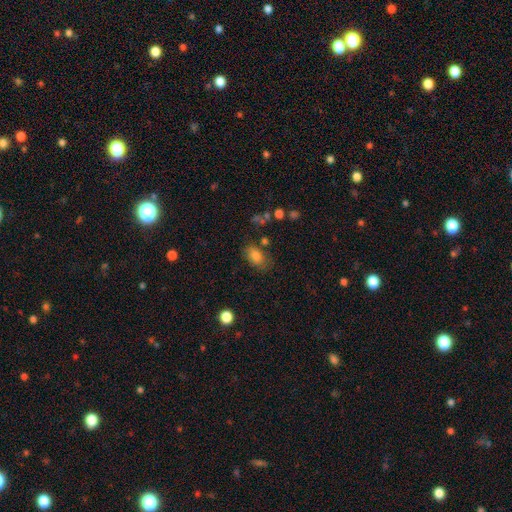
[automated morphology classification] smooth 81%, star or artifact 10%, featured or disk 9%. Down the decision tree: how rounded — in between (87%); merging — none (68%).